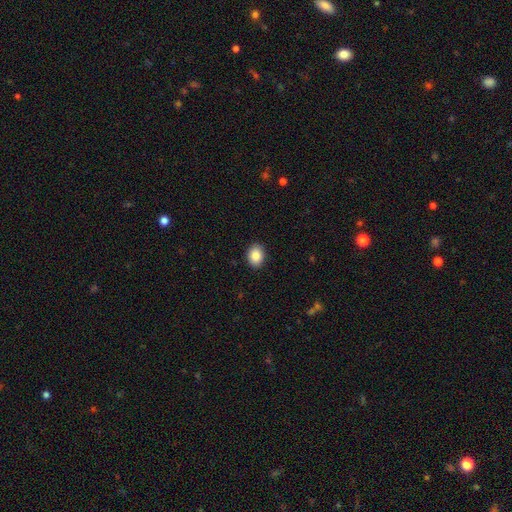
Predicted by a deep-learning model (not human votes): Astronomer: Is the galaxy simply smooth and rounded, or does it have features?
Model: smooth — 87%.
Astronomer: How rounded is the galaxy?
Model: in between — 62%.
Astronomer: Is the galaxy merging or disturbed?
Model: none — 90%.